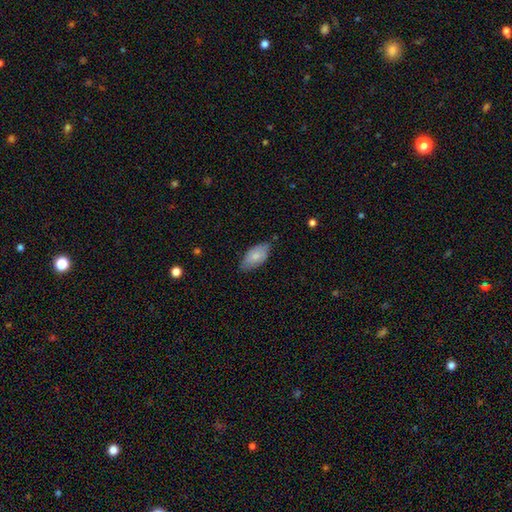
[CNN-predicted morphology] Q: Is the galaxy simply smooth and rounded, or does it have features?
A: smooth — 76%.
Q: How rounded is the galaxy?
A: in between — 94%.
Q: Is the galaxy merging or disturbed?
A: none — 69%.